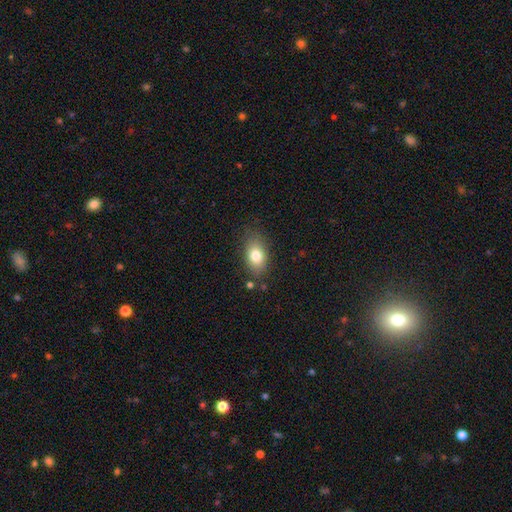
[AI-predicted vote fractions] Smooth or featured?
  - smooth: 79% *
  - featured or disk: 12%
  - star or artifact: 8%
How rounded?
  - in between: 86% *
  - round: 12%
  - cigar-shaped: 3%
Merging?
  - none: 78% *
  - minor disturbance: 15%
  - major disturbance: 4%
  - merger: 3%